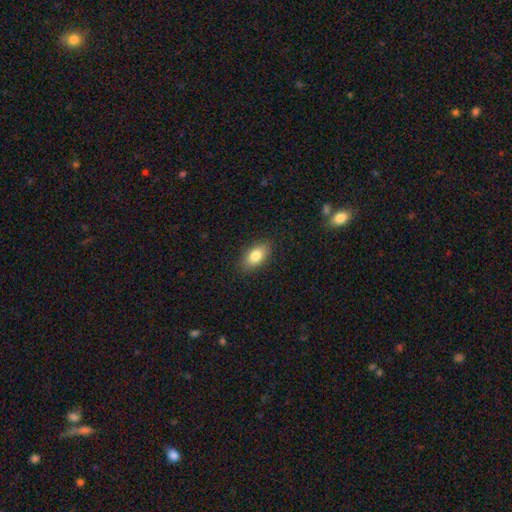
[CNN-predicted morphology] smooth_or_featured: smooth (p=0.82) [alt: featured or disk p=0.10]
how_rounded: in between (p=0.89) [alt: round p=0.07]
merging: none (p=0.87) [alt: minor disturbance p=0.10]